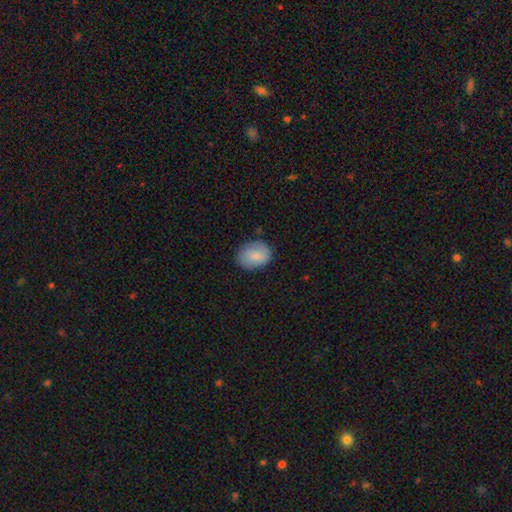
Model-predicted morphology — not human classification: smooth 82%, featured or disk 11%, star or artifact 7%. Down the decision tree: how rounded — in between (61%); merging — none (75%).